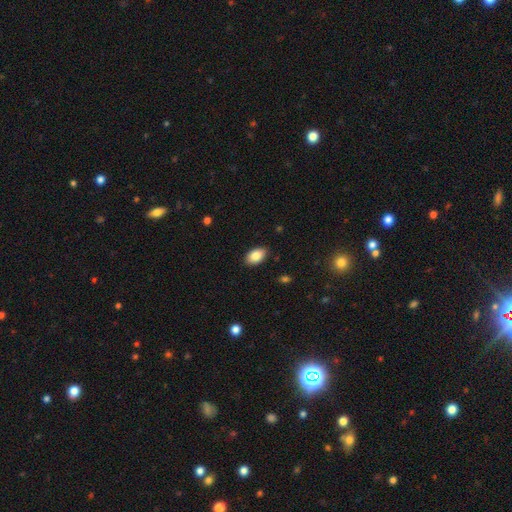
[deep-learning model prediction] This is clearly a smooth galaxy (86%). How rounded: clearly in between (92%). Merging: clearly none (89%).